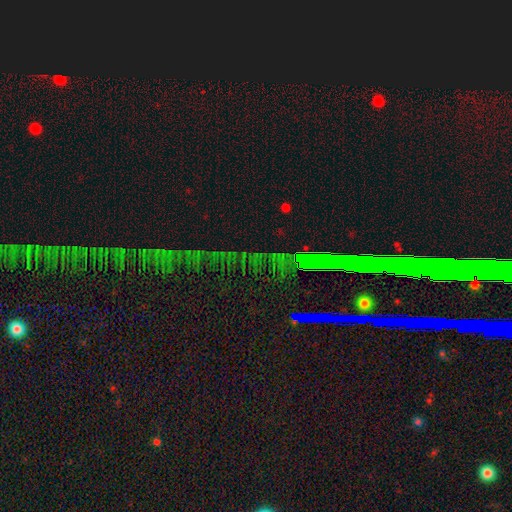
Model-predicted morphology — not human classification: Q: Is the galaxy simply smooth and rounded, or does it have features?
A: star or artifact — 75%.